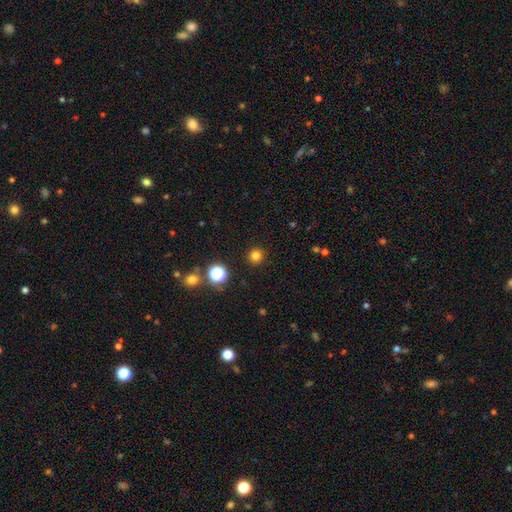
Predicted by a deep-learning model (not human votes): This is likely a smooth galaxy (79%). How rounded: clearly round (95%). Merging: clearly none (91%).